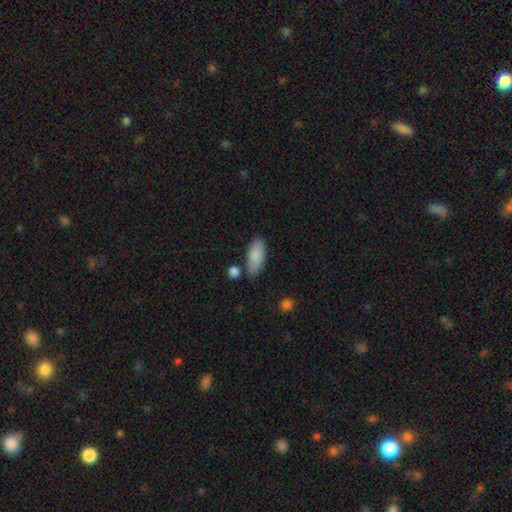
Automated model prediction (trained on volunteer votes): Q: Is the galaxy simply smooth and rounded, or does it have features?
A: smooth — 87%.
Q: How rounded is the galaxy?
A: in between — 84%.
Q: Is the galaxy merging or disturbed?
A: none — 73%.